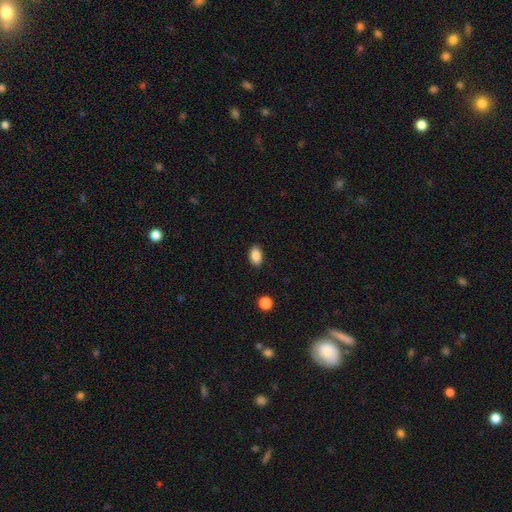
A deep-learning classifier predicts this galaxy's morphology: Smooth or featured?
  - smooth: 88% *
  - star or artifact: 8%
  - featured or disk: 4%
How rounded?
  - in between: 90% *
  - round: 8%
  - cigar-shaped: 2%
Merging?
  - none: 89% *
  - minor disturbance: 8%
  - major disturbance: 2%
  - merger: 1%